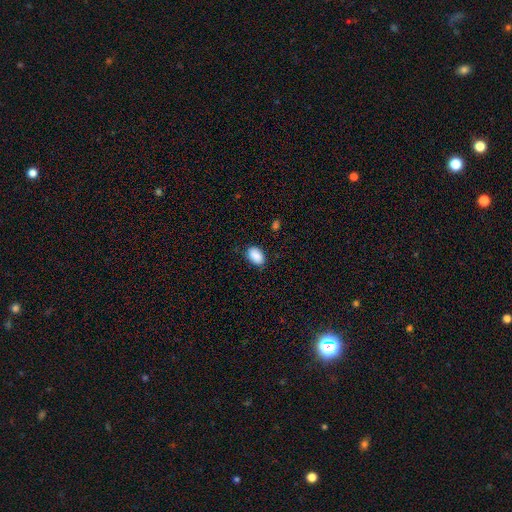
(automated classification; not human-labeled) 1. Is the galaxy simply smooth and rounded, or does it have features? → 90% smooth, 7% star or artifact, 4% featured or disk.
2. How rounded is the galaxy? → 89% in between, 10% round, 1% cigar-shaped.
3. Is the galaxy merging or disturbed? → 80% none, 16% minor disturbance, 3% major disturbance, 1% merger.